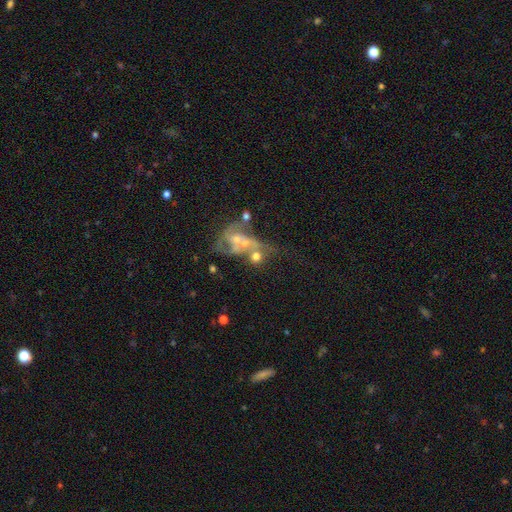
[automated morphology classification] Smooth or featured?
  - featured or disk: 58% *
  - smooth: 26%
  - star or artifact: 17%
Edge-on disk?
  - no: 96% *
  - yes: 4%
Bar?
  - no: 80% *
  - weak: 15%
  - strong: 5%
Spiral arms?
  - no: 61% *
  - yes: 39%
Bulge size?
  - small: 43% *
  - moderate: 33%
  - none: 18%
  - large: 4%
  - dominant: 2%
Merging?
  - merger: 48% *
  - major disturbance: 23%
  - none: 19%
  - minor disturbance: 10%